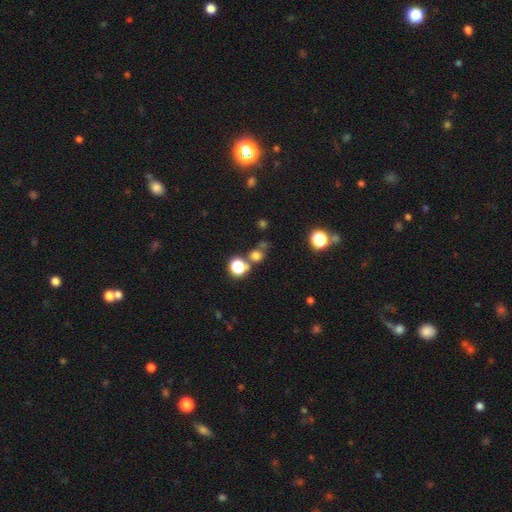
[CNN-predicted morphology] type=smooth (66%); roundness=round (86%); merging=none (64%).